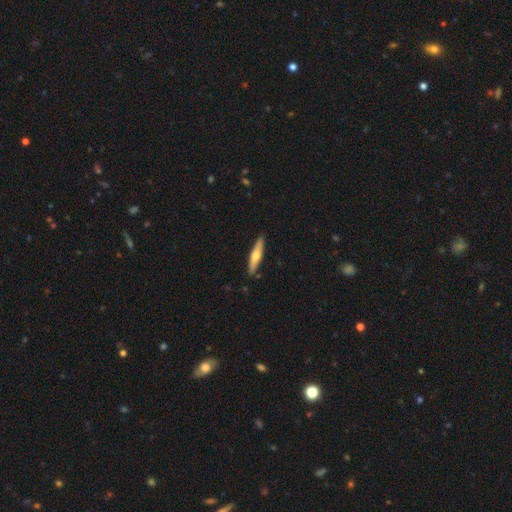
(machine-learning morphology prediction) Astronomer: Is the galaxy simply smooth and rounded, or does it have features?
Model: smooth — 50% (runner-up: featured or disk, 45%).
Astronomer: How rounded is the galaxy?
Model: cigar-shaped — 85%.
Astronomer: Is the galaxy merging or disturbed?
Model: none — 88%.